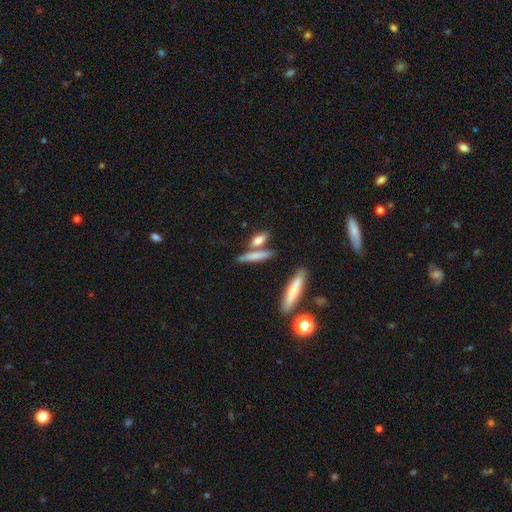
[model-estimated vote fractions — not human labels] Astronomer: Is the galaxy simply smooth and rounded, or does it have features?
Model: smooth — 68%.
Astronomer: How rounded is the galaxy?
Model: cigar-shaped — 77%.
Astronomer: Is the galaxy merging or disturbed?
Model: none — 60%.